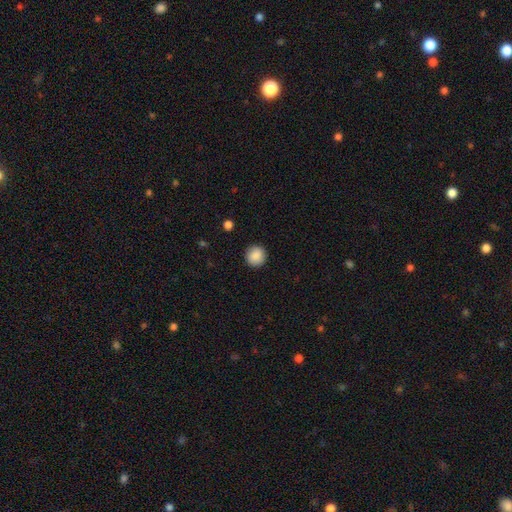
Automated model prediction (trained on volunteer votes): Overall: smooth (88%). How rounded: round (93%). Merging: none (91%).